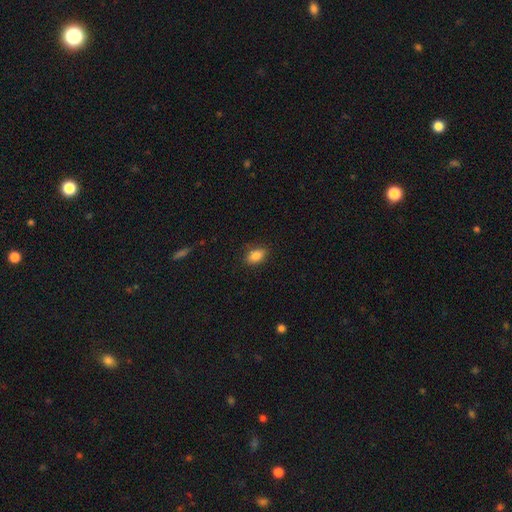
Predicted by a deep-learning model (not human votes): The model was most divided on "merging": none: 86%, minor disturbance: 11%, major disturbance: 2%, merger: 1%. More confident: how rounded — in between (87%); smooth or featured — smooth (86%).